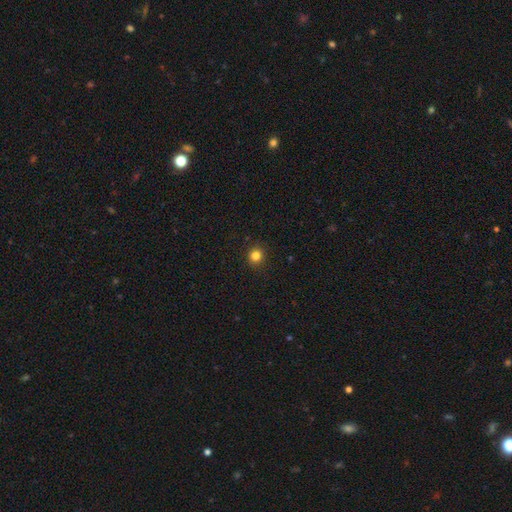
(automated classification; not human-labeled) Q: Smooth or featured?
A: smooth (83%); runner-up: star or artifact (13%)
Q: How rounded?
A: round (90%); runner-up: in between (9%)
Q: Merging?
A: none (90%); runner-up: minor disturbance (7%)